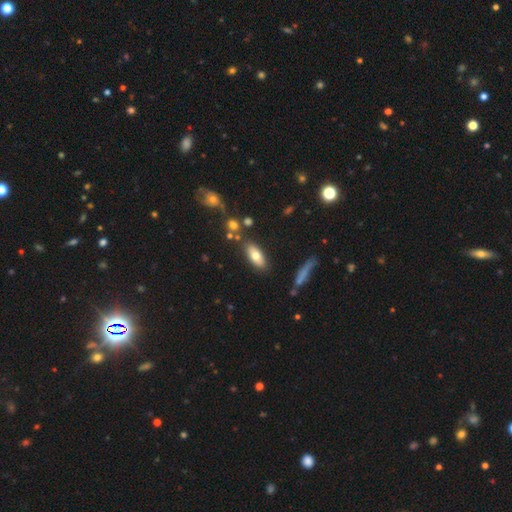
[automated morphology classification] Smooth or featured?
  - smooth: 73% *
  - featured or disk: 20%
  - star or artifact: 8%
How rounded?
  - in between: 82% *
  - cigar-shaped: 15%
  - round: 3%
Merging?
  - none: 78% *
  - minor disturbance: 13%
  - merger: 6%
  - major disturbance: 4%